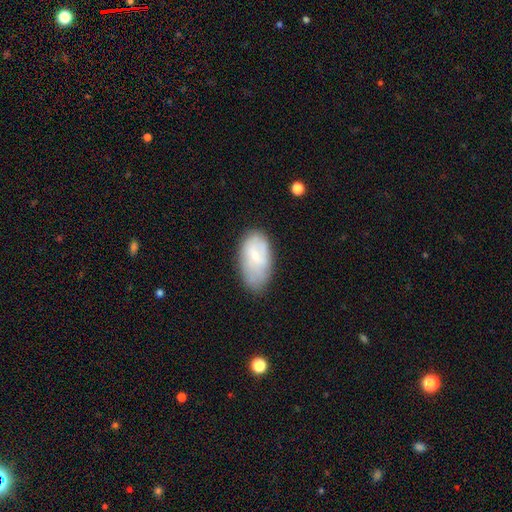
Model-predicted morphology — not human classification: type=smooth (62%); roundness=in between (94%); merging=none (60%).